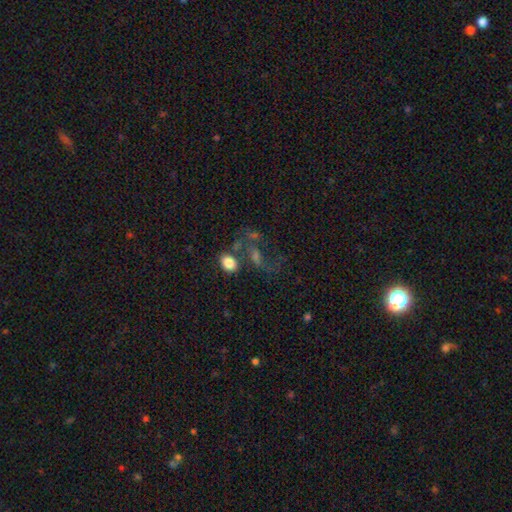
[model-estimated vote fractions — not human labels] Smooth or featured: featured or disk — 41% (star or artifact — 35%)
Merging: none — 37% (merger — 28%)